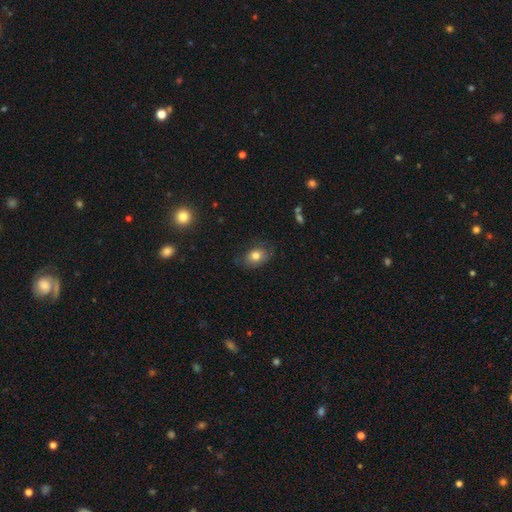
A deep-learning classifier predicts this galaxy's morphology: This is likely a smooth galaxy (75%). How rounded: likely in between (75%). Merging: likely none (71%).